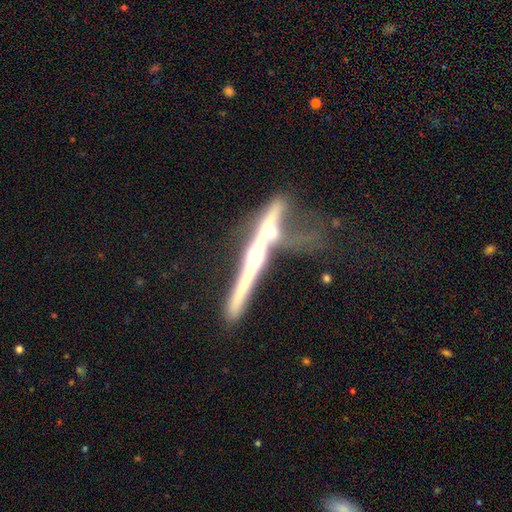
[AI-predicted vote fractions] Q: Smooth or featured?
A: featured or disk (80%); runner-up: smooth (14%)
Q: Edge-on disk?
A: yes (93%); runner-up: no (7%)
Q: Edge-on bulge?
A: rounded (71%); runner-up: none (19%)
Q: Merging?
A: merger (40%); runner-up: none (34%)